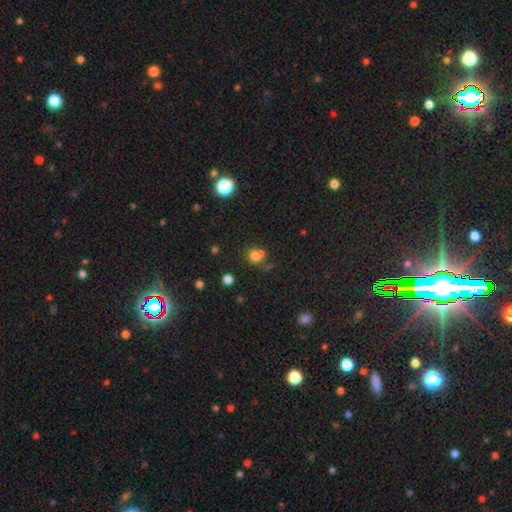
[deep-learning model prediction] smooth-or-featured: smooth: 73% | star or artifact: 17% | featured or disk: 10%
  how-rounded: round: 84% | in between: 15% | cigar-shaped: 1%
  merging: none: 48% | merger: 39% | minor disturbance: 9% | major disturbance: 4%